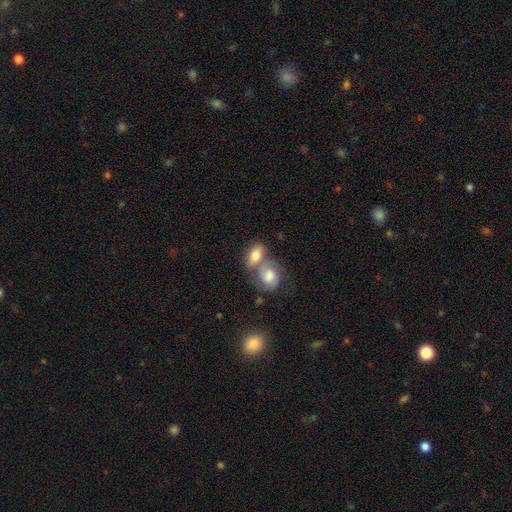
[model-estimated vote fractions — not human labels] Smooth or featured? smooth (78%)
How rounded? in between (80%)
Merging? merger (56%)